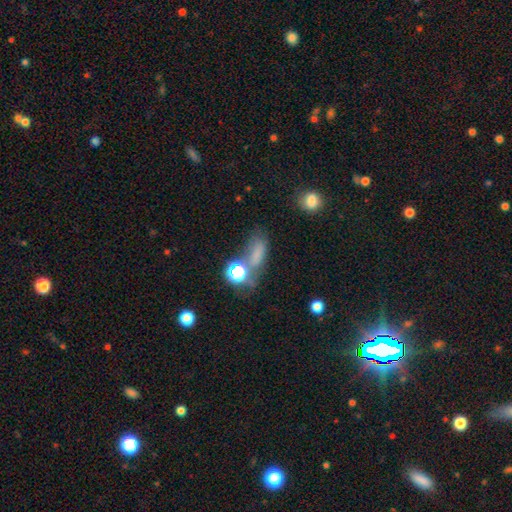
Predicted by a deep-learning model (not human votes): Q: Smooth or featured?
A: smooth (61%); runner-up: star or artifact (26%)
Q: How rounded?
A: in between (62%); runner-up: cigar-shaped (20%)
Q: Merging?
A: none (45%); runner-up: minor disturbance (20%)